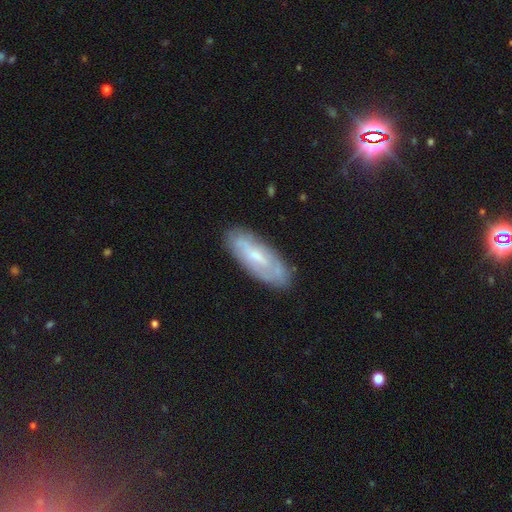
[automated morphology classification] A featured or disk galaxy (51%). Merging: none (80%).